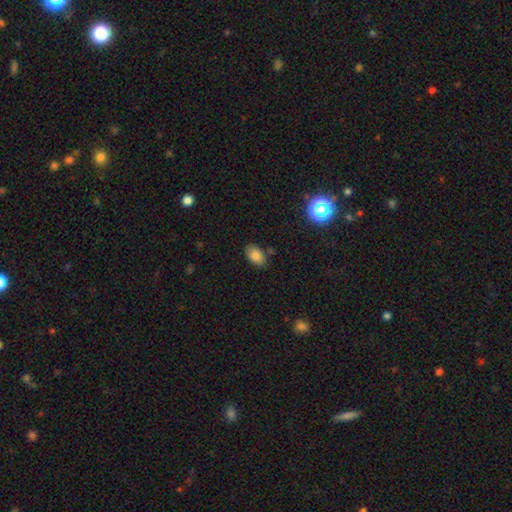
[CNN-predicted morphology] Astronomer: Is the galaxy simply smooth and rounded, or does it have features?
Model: smooth — 82%.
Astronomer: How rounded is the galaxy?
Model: in between — 89%.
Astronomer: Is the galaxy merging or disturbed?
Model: none — 80%.